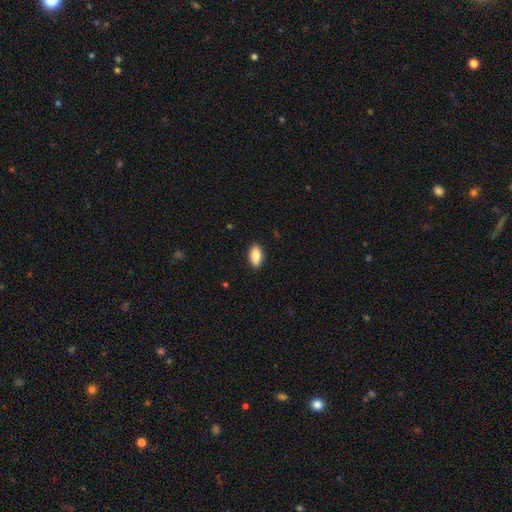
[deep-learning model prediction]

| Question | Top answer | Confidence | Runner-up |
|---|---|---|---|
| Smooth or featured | smooth | 85% | featured or disk (8%) |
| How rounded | in between | 89% | cigar-shaped (7%) |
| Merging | none | 89% | minor disturbance (8%) |